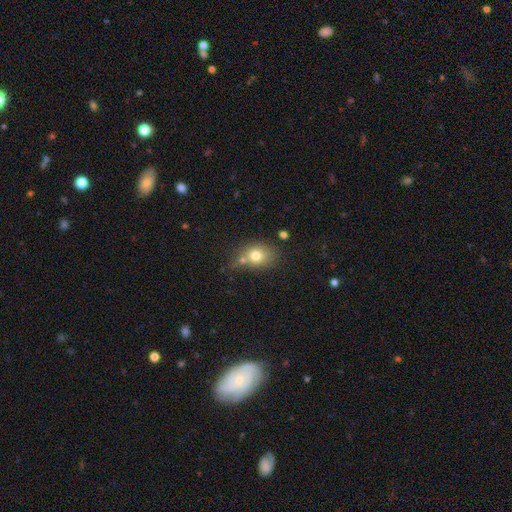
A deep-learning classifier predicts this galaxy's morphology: smooth-or-featured: smooth: 75% | featured or disk: 13% | star or artifact: 11%
  how-rounded: in between: 52% | round: 46% | cigar-shaped: 1%
  merging: none: 54% | merger: 21% | minor disturbance: 19% | major disturbance: 6%